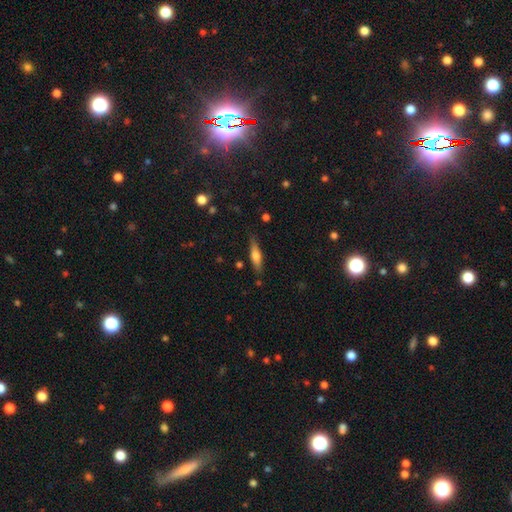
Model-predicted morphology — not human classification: The model was most divided on "smooth or featured": smooth: 51%, featured or disk: 42%, star or artifact: 6%. More confident: merging — none (82%); how rounded — cigar-shaped (72%).